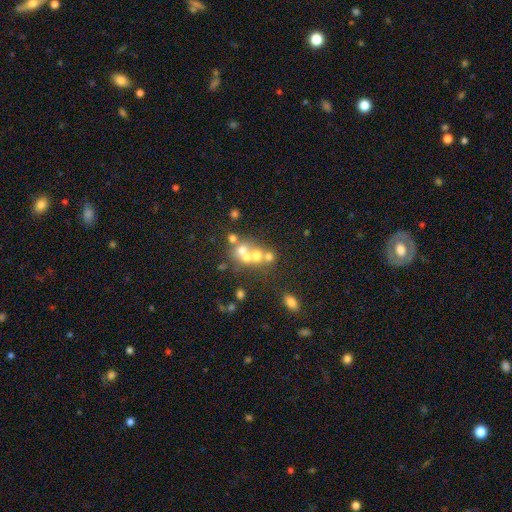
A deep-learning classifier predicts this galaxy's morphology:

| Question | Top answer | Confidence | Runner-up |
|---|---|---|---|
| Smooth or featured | smooth | 48% | featured or disk (33%) |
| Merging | merger | 52% | none (34%) |